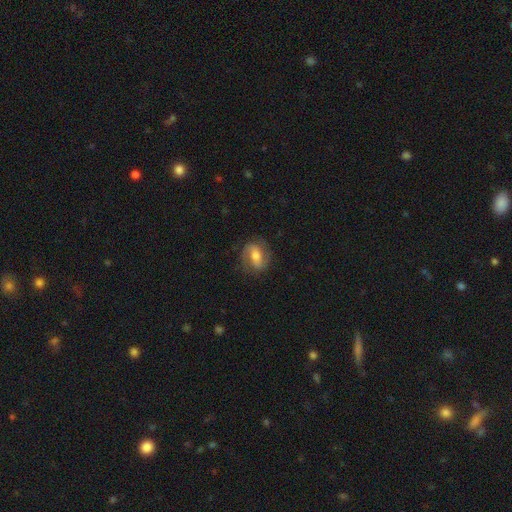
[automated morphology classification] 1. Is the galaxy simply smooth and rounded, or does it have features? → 60% featured or disk, 33% smooth, 7% star or artifact.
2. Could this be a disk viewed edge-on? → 95% no, 5% yes.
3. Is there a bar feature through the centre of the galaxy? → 38% weak, 34% strong, 28% no.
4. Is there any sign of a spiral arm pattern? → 83% yes, 17% no.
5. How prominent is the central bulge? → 61% moderate, 25% small, 10% large, 2% none, 2% dominant.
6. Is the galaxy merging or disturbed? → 76% none, 15% minor disturbance, 7% major disturbance, 1% merger.